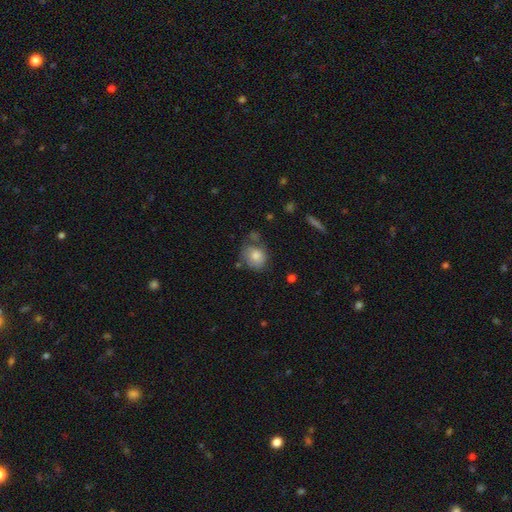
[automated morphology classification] smooth 79%, featured or disk 13%, star or artifact 8%. Down the decision tree: how rounded — round (67%); merging — none (57%).